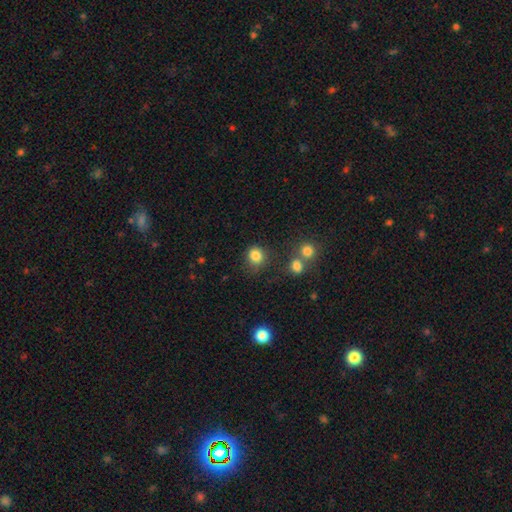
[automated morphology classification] Smooth or featured?
  - smooth: 83% *
  - star or artifact: 12%
  - featured or disk: 5%
How rounded?
  - round: 82% *
  - in between: 17%
  - cigar-shaped: 1%
Merging?
  - none: 72% *
  - minor disturbance: 14%
  - merger: 8%
  - major disturbance: 5%